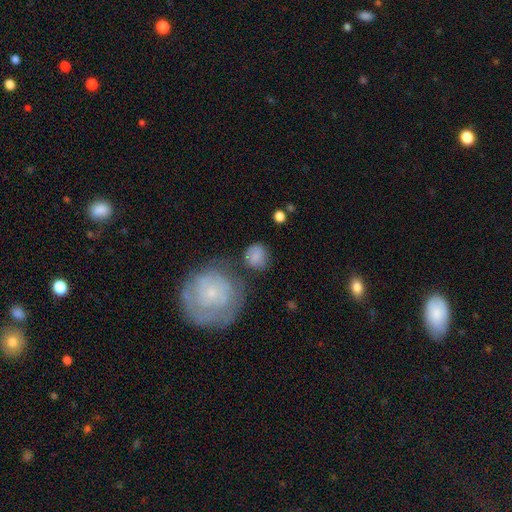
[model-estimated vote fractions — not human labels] A smooth galaxy with no disk features (77%) that is round (82%). Merging: none (66%).